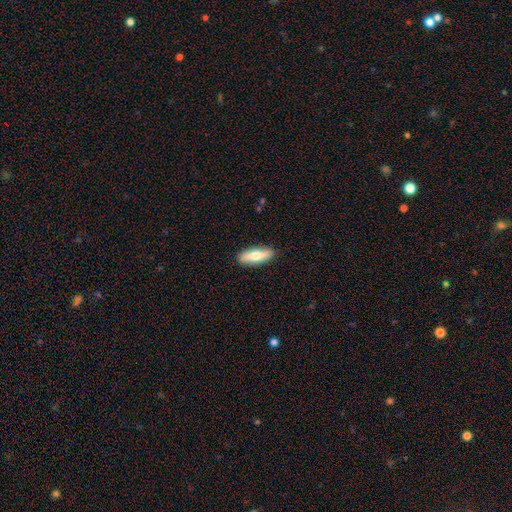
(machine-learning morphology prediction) This is likely a smooth galaxy (65%). How rounded: possibly in between (54%). Merging: clearly none (89%).